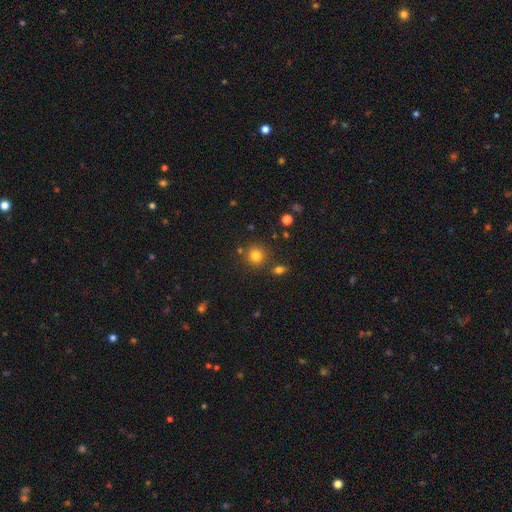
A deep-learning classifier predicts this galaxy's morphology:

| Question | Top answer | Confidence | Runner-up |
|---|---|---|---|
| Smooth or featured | smooth | 80% | star or artifact (13%) |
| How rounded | round | 90% | in between (9%) |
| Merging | none | 80% | minor disturbance (9%) |